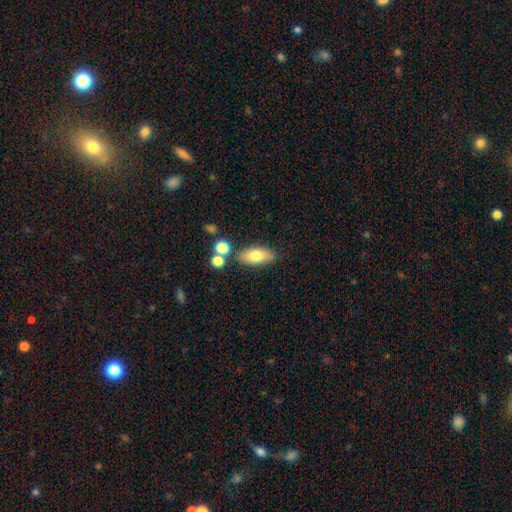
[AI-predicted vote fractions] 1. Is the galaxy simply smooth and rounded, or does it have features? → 74% smooth, 18% featured or disk, 8% star or artifact.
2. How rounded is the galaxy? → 82% in between, 14% cigar-shaped, 4% round.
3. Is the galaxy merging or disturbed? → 76% none, 12% minor disturbance, 9% merger, 3% major disturbance.